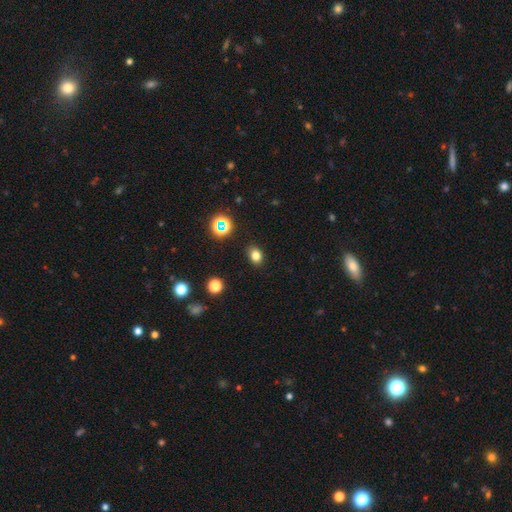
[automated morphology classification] Smooth or featured: smooth — 78% (star or artifact — 16%)
How rounded: in between — 60% (round — 39%)
Merging: none — 88% (minor disturbance — 8%)